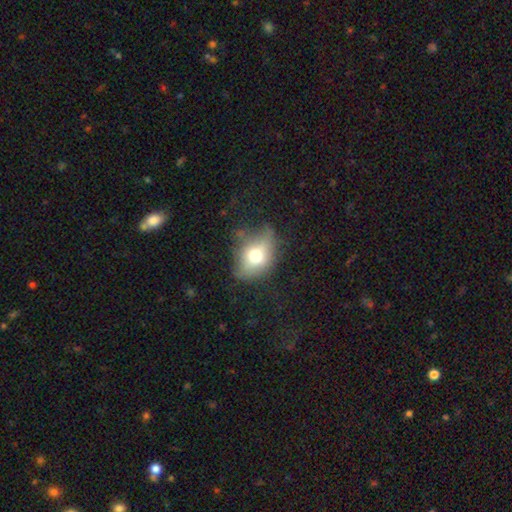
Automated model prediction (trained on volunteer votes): Overall: smooth (64%; featured or disk 25%). How rounded: in between (63%; round 35%). Merging: none (50%; minor disturbance 30%).